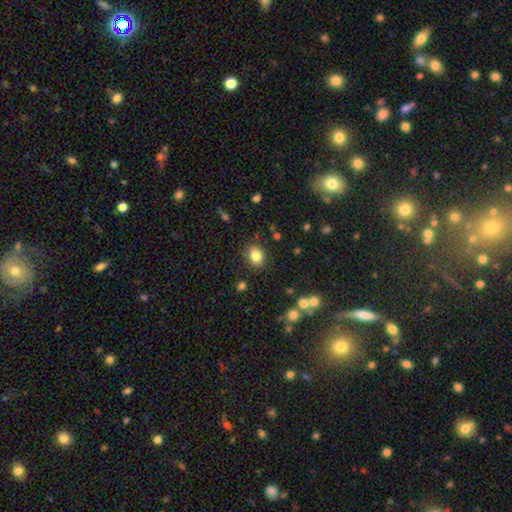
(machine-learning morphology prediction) Smooth or featured?
  - smooth: 83% *
  - star or artifact: 10%
  - featured or disk: 7%
How rounded?
  - in between: 51% *
  - round: 48%
  - cigar-shaped: 1%
Merging?
  - none: 87% *
  - minor disturbance: 9%
  - major disturbance: 3%
  - merger: 2%